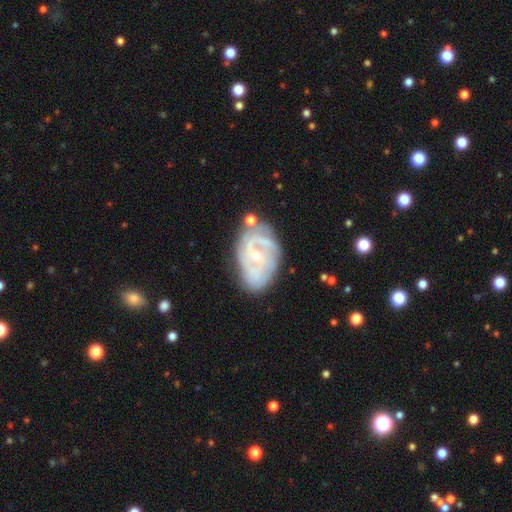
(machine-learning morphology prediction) This appears to be a featured or disk galaxy (81%) with no bar (60%), 2 (36%) tight (52%) spiral arms (86%) and a small central bulge (66%). Merging: none (58%).